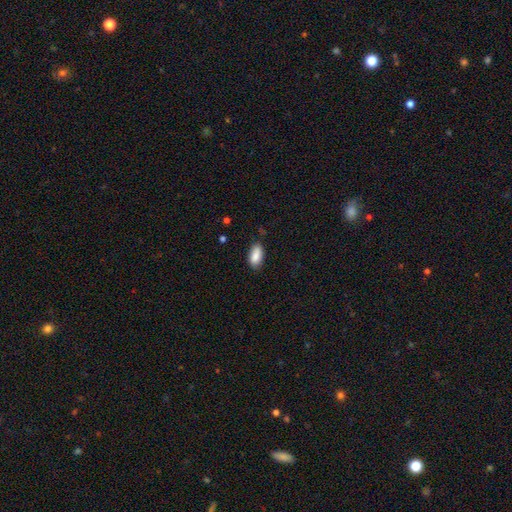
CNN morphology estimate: smooth 88%, star or artifact 7%, featured or disk 5%. Down the decision tree: how rounded — in between (90%); merging — none (79%).